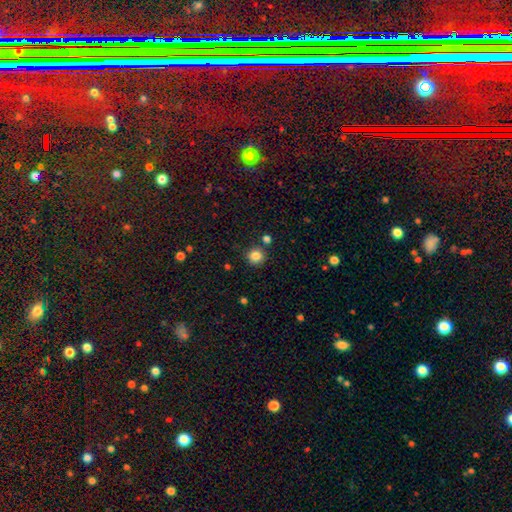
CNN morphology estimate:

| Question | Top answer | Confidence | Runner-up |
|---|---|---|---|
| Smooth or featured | smooth | 84% | star or artifact (11%) |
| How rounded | round | 93% | in between (6%) |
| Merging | none | 84% | minor disturbance (8%) |